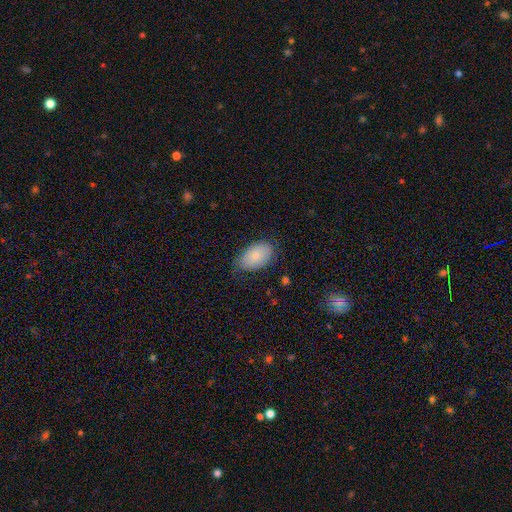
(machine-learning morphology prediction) type=smooth (85%); roundness=in between (93%); merging=none (75%).